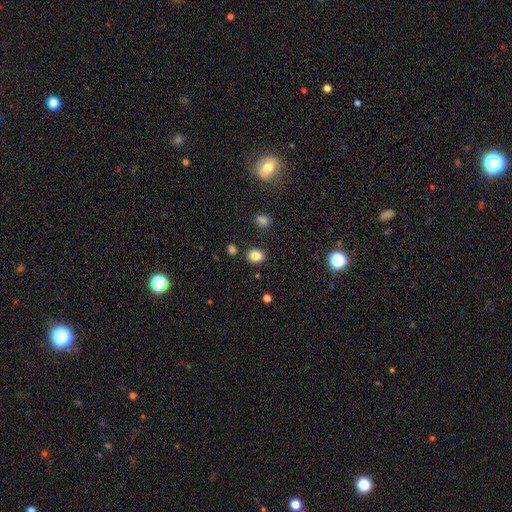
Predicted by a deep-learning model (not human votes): smooth 83%, star or artifact 11%, featured or disk 6%. Down the decision tree: how rounded — in between (54%); merging — none (85%).